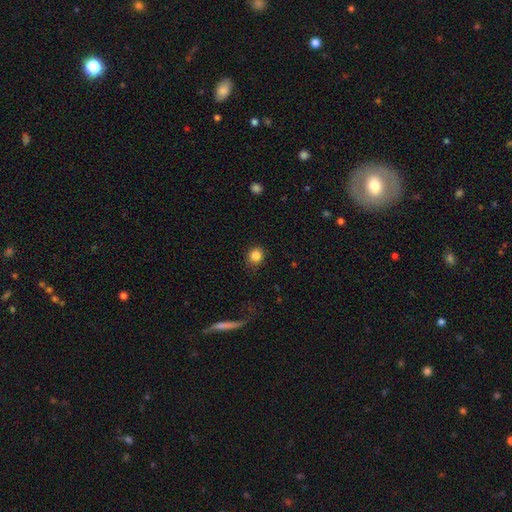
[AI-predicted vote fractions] smooth 84%, star or artifact 10%, featured or disk 5%. Down the decision tree: how rounded — round (80%); merging — none (87%).